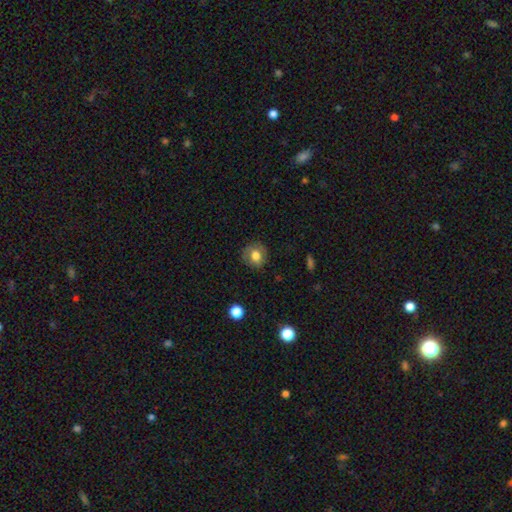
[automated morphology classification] Smooth or featured?
  - smooth: 73% *
  - featured or disk: 18%
  - star or artifact: 10%
How rounded?
  - round: 78% *
  - in between: 21%
  - cigar-shaped: 1%
Merging?
  - none: 82% *
  - minor disturbance: 13%
  - major disturbance: 4%
  - merger: 1%